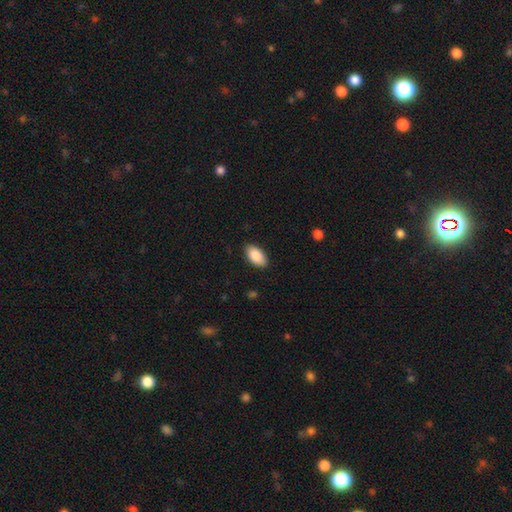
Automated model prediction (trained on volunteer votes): This appears to be a smooth galaxy with no disk features (89%) that is in between round and cigar-shaped (95%). Merging: none (86%).